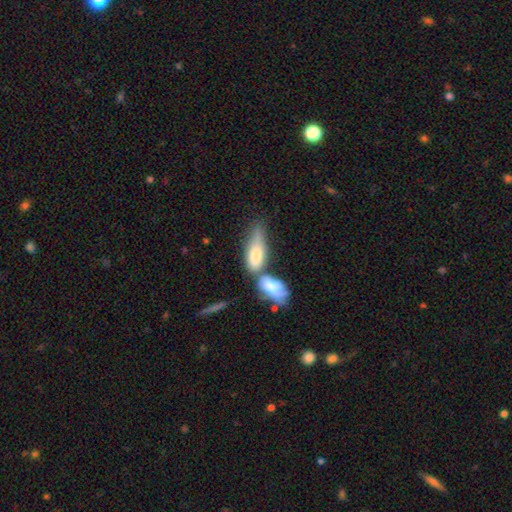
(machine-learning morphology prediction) Q: Smooth or featured?
A: smooth (69%); runner-up: featured or disk (24%)
Q: How rounded?
A: in between (70%); runner-up: cigar-shaped (27%)
Q: Merging?
A: merger (56%); runner-up: none (19%)